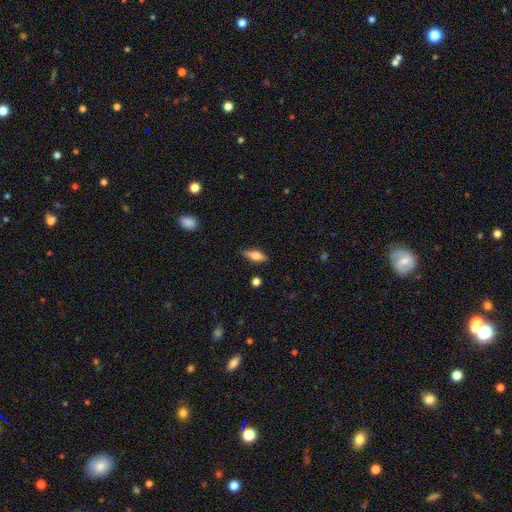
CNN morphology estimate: The model was most divided on "how rounded": in between: 54%, cigar-shaped: 42%, round: 3%. More confident: merging — none (84%); smooth or featured — smooth (56%).